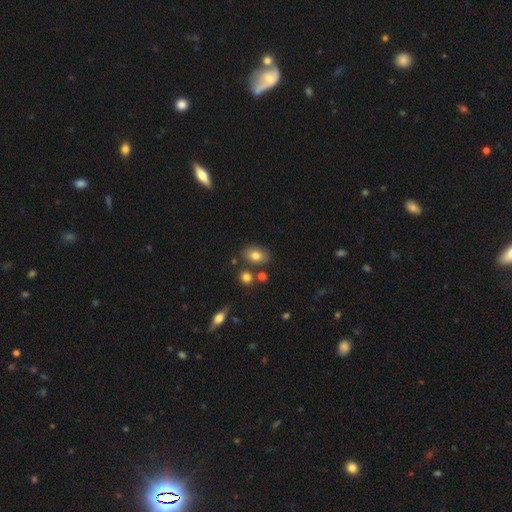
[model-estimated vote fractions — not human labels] Smooth or featured? Predicted: smooth (p=0.77). How rounded? Predicted: in between (p=0.78). Merging? Predicted: none (p=0.77).